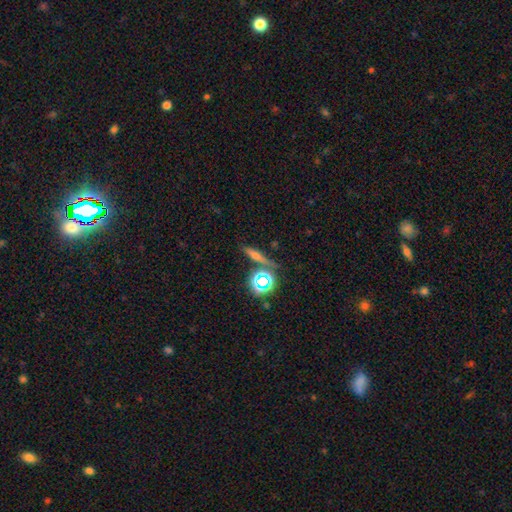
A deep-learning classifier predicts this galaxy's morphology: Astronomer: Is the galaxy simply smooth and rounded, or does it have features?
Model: smooth — 40% (runner-up: featured or disk, 36%).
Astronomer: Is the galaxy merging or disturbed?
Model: none — 80%.